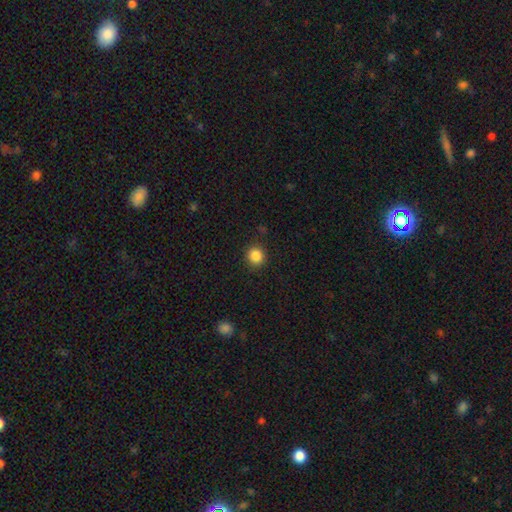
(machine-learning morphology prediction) Smooth or featured? smooth (86%)
How rounded? round (90%)
Merging? none (90%)